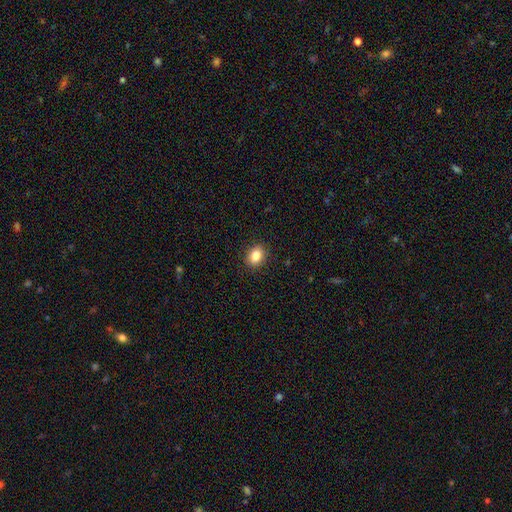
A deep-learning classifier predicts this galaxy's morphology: Smooth or featured: smooth — 85% (star or artifact — 9%)
How rounded: in between — 59% (round — 40%)
Merging: none — 89% (minor disturbance — 8%)